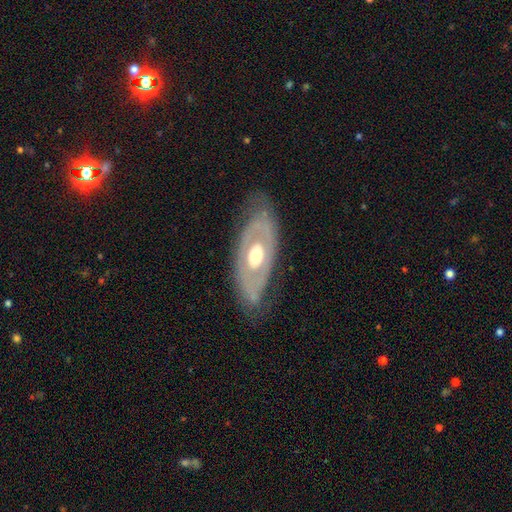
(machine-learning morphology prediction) A featured or disk galaxy (70%) with no bar (84%), no spiral arms (72%) and a moderate central bulge (71%). Merging: none (71%).